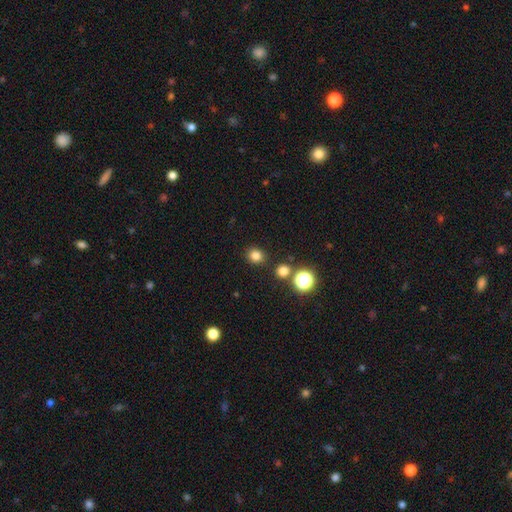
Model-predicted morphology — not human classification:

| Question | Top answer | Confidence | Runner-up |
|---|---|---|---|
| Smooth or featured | smooth | 80% | star or artifact (15%) |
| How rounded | round | 79% | in between (20%) |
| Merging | none | 86% | minor disturbance (7%) |